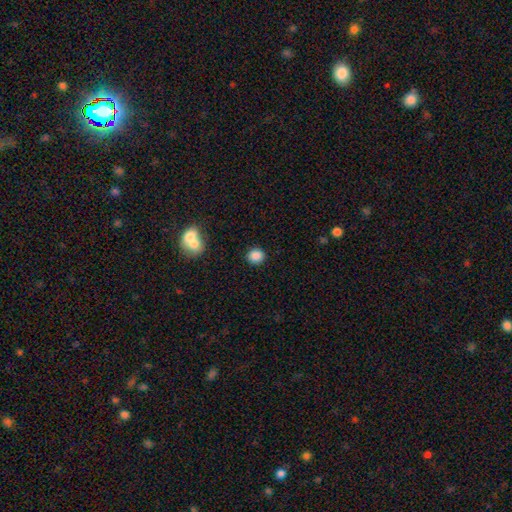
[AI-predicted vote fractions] This is clearly a smooth galaxy (86%). How rounded: clearly round (83%). Merging: clearly none (86%).